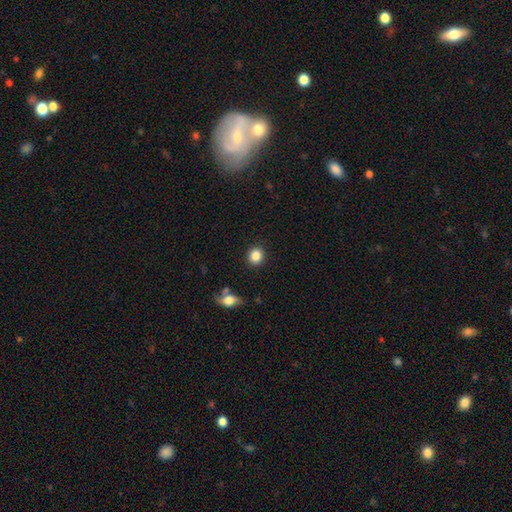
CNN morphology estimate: Overall: smooth (85%). How rounded: round (83%). Merging: none (89%).